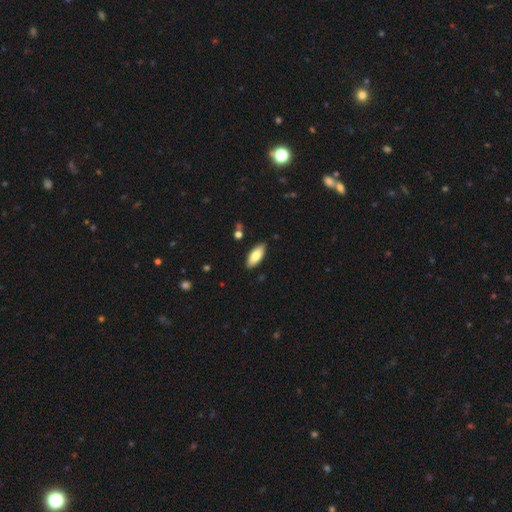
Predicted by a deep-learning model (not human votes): Smooth or featured: smooth — 80% (featured or disk — 14%)
How rounded: in between — 81% (cigar-shaped — 17%)
Merging: none — 87% (minor disturbance — 9%)